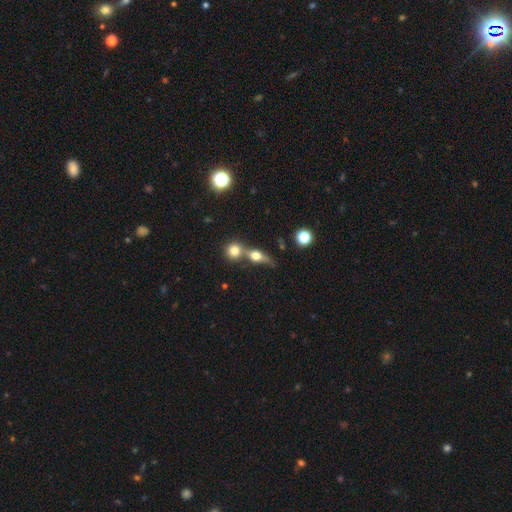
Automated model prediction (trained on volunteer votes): This appears to be a smooth galaxy with no disk features (51%) that is in between round and cigar-shaped (42%). Merging: none (46%).